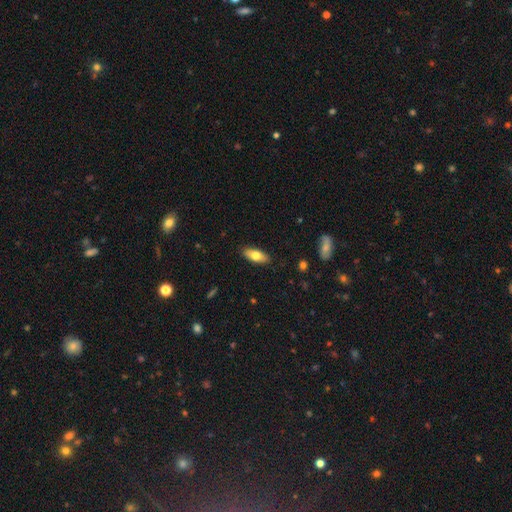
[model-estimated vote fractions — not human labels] The model was most divided on "smooth or featured": smooth: 70%, featured or disk: 23%, star or artifact: 6%. More confident: merging — none (88%); how rounded — in between (77%).